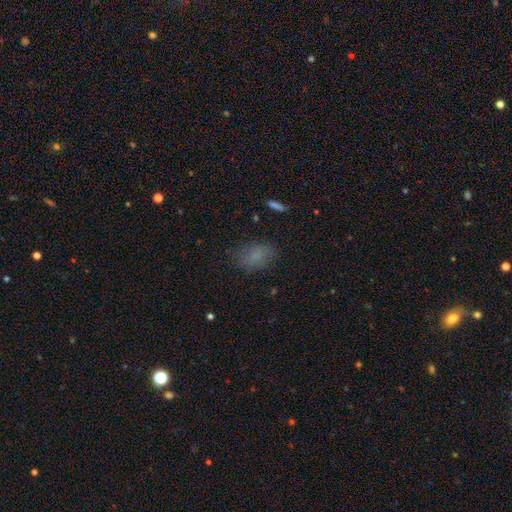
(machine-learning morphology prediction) Smooth or featured?
  - smooth: 75% *
  - star or artifact: 13%
  - featured or disk: 12%
How rounded?
  - in between: 84% *
  - round: 14%
  - cigar-shaped: 2%
Merging?
  - none: 74% *
  - minor disturbance: 18%
  - major disturbance: 7%
  - merger: 1%